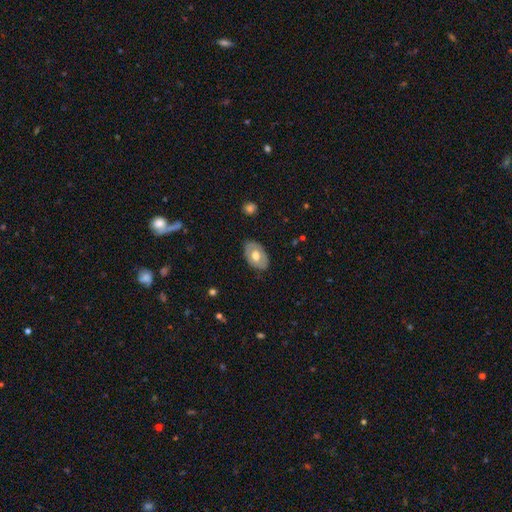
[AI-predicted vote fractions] The model was most divided on "smooth or featured": smooth: 54%, featured or disk: 40%, star or artifact: 6%. More confident: how rounded — in between (86%); merging — none (81%).